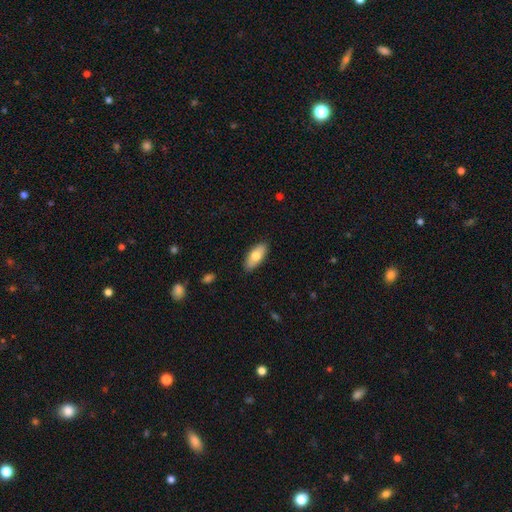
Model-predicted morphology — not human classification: Overall: smooth (73%). How rounded: in between (82%). Merging: none (88%).